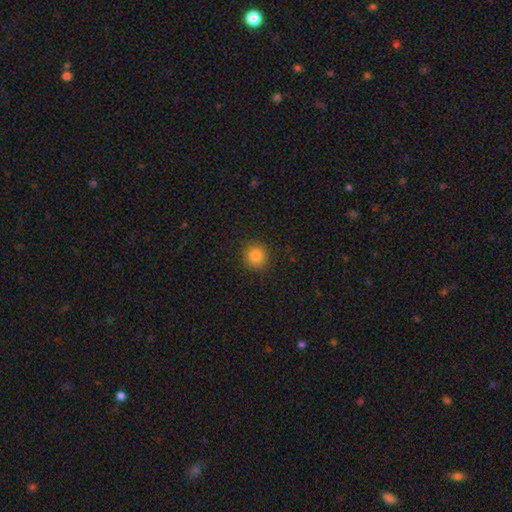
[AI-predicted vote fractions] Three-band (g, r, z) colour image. It shows a smooth galaxy with no disk features (84%) that is round (92%). Merging: none (91%).